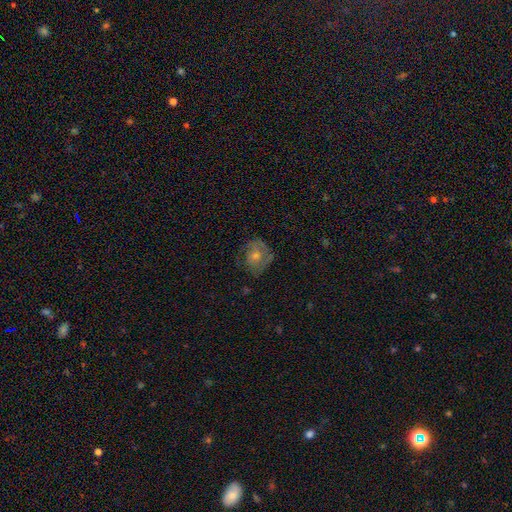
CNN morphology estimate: smooth_or_featured: featured or disk (p=0.56) [alt: smooth p=0.32]
disk_edge_on: no (p=0.96) [alt: yes p=0.04]
bar: no (p=0.80) [alt: weak p=0.17]
has_spiral_arms: yes (p=0.70) [alt: no p=0.30]
bulge_size: moderate (p=0.56) [alt: small p=0.37]
merging: none (p=0.70) [alt: minor disturbance p=0.19]